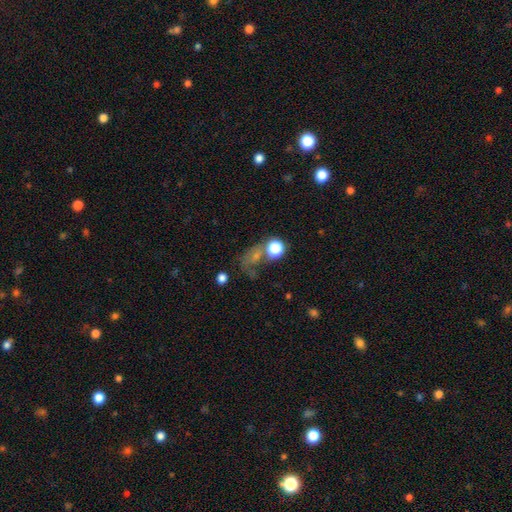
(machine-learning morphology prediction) This is possibly a smooth galaxy (53%). How rounded: possibly in between (49%). Merging: marginally none (33%).